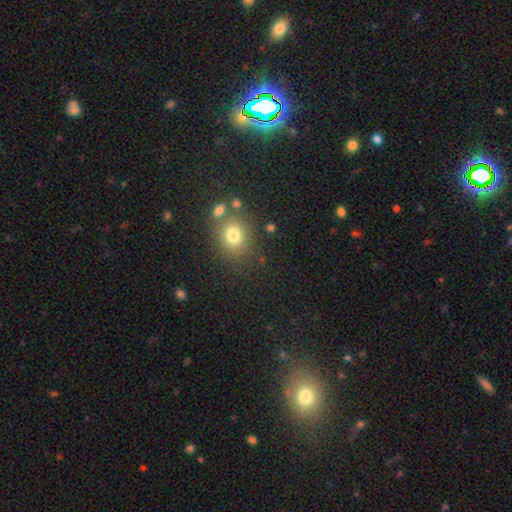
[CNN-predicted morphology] Smooth or featured? Predicted: smooth (p=0.54). How rounded? Predicted: round (p=0.77). Merging? Predicted: none (p=0.78).